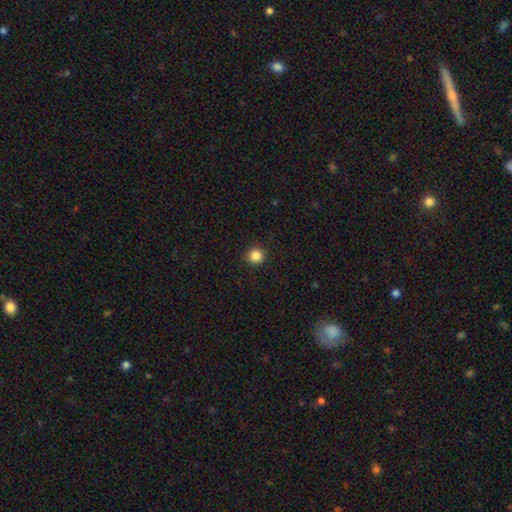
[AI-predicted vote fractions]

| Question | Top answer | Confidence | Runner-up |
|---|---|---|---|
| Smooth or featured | smooth | 86% | star or artifact (11%) |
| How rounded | round | 91% | in between (8%) |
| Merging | none | 91% | minor disturbance (6%) |